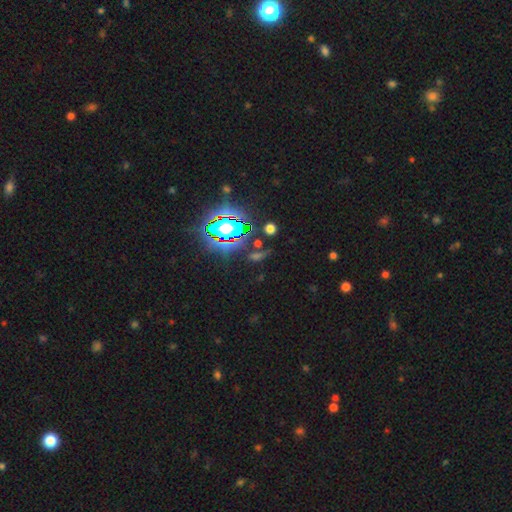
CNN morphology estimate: smooth_or_featured: star or artifact (p=0.65) [alt: smooth p=0.22]